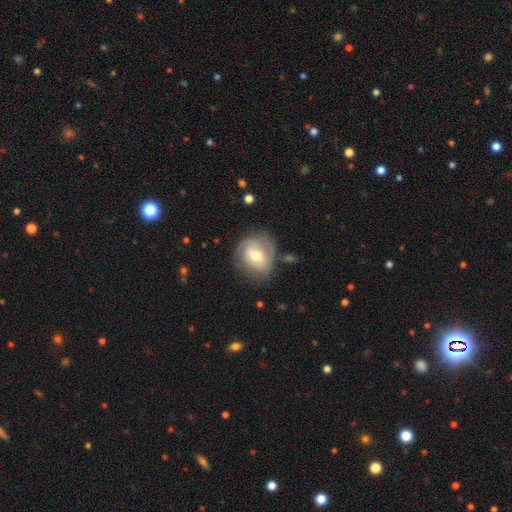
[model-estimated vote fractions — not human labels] featured or disk 49%, smooth 43%, star or artifact 7%. Down the decision tree: merging — none (66%).